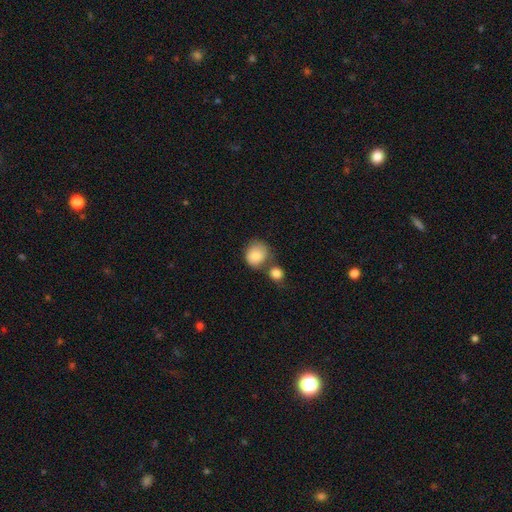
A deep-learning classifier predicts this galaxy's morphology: A smooth galaxy with no disk features (84%) that is round (73%).

Vote fractions:
- Smooth or featured? smooth: 84% / featured or disk: 9% / star or artifact: 7%
- How rounded? round: 73% / in between: 26% / cigar-shaped: 1%
- Merging? none: 47% / merger: 32% / minor disturbance: 16% / major disturbance: 6%